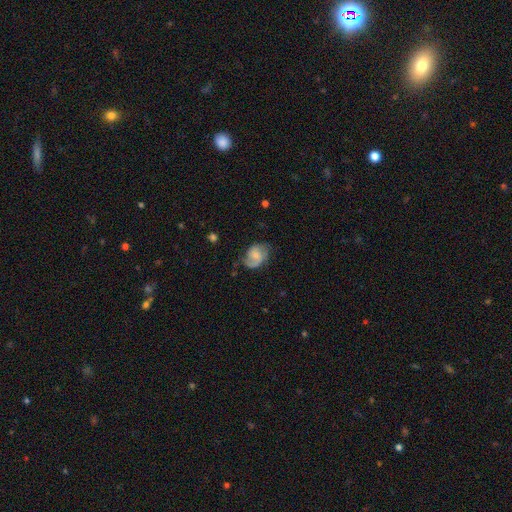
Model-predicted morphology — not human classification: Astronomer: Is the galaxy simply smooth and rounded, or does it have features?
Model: featured or disk — 59% (runner-up: smooth, 34%).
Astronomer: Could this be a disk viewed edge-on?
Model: no — 97%.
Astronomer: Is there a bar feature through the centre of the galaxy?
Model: no — 53% (runner-up: weak, 40%).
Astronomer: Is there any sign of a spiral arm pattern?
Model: yes — 90%.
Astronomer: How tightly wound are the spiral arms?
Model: medium — 45% (runner-up: loose, 32%).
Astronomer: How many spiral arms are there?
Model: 2 — 72%.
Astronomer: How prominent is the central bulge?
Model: small — 48% (runner-up: moderate, 32%).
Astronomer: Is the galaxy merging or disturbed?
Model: none — 60%.